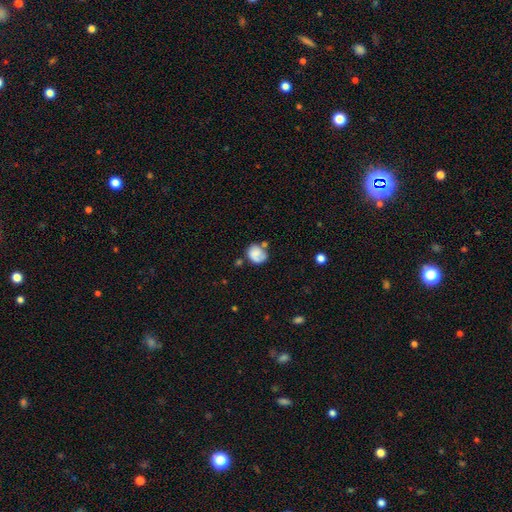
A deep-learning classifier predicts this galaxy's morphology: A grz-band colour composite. It shows a smooth galaxy with no disk features (64%) that is round (64%). Merging: none (45%).